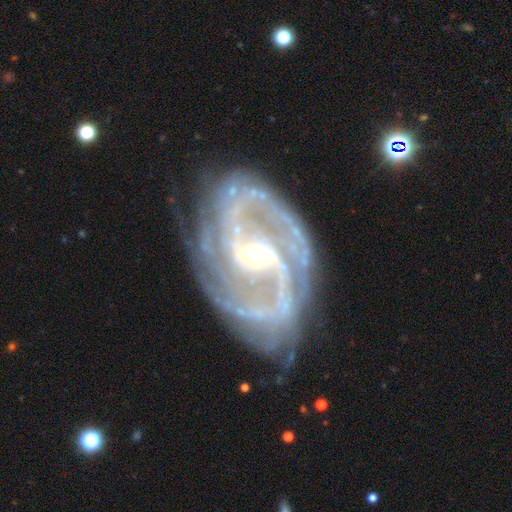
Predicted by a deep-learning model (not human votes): A featured or disk galaxy (92%) with a weak bar (42%), 2 (58%) medium (48%) spiral arms (98%) and a small central bulge (59%).

Vote fractions:
- Smooth or featured? featured or disk: 92% / star or artifact: 5% / smooth: 3%
- Edge-on disk? no: 97% / yes: 3%
- Bar? weak: 42% / strong: 34% / no: 24%
- Spiral arms? yes: 98% / no: 2%
- Spiral winding? medium: 48% / tight: 39% / loose: 14%
- Spiral arm count? 2: 58% / 3: 14% / can't tell: 11% / 4: 7% / more than 4: 5% / 1: 5%
- Bulge size? small: 59% / moderate: 37% / large: 2% / none: 1% / dominant: 1%
- Merging? none: 73% / minor disturbance: 18% / major disturbance: 8% / merger: 2%